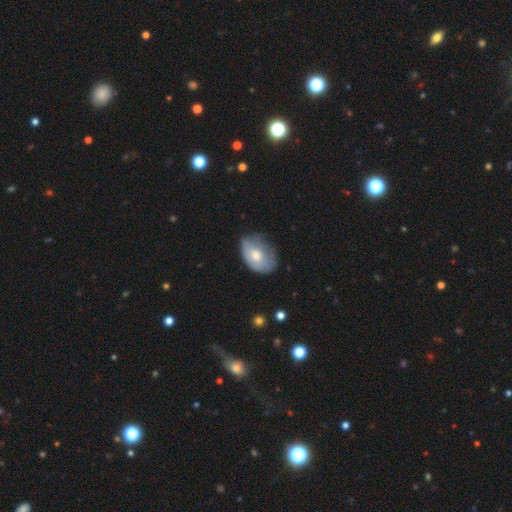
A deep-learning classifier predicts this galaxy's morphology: A smooth galaxy with no disk features (65%) that is in between round and cigar-shaped (82%). Merging: none (48%).